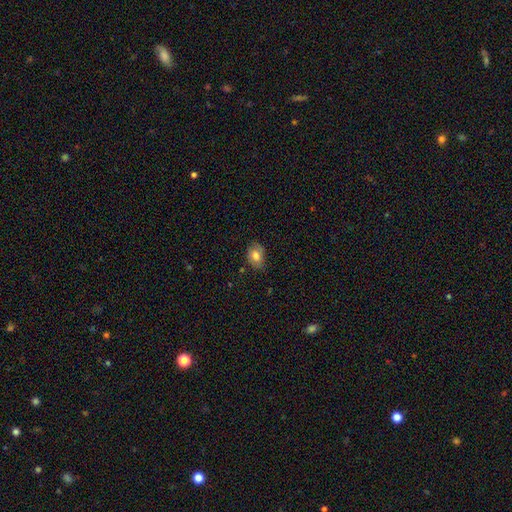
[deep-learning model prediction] This appears to be a smooth galaxy with no disk features (72%) that is in between round and cigar-shaped (74%). Merging: none (70%).